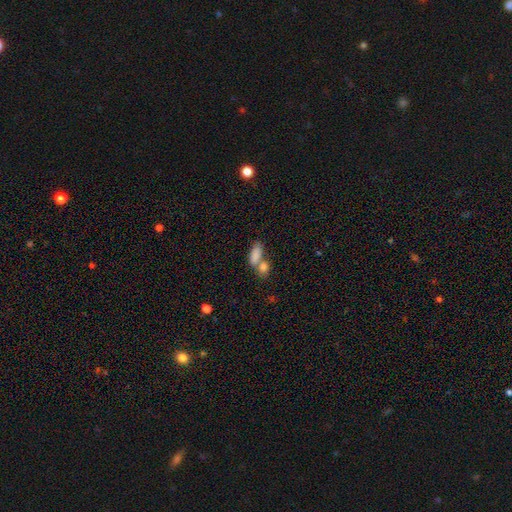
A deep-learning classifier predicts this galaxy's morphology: type=smooth (83%); roundness=in between (81%); merging=merger (52%).